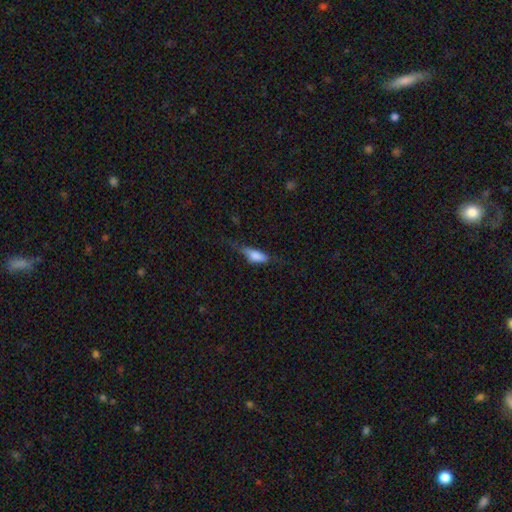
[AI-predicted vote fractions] A smooth galaxy with no disk features (73%) that is in between round and cigar-shaped (65%).

Vote fractions:
- Smooth or featured? smooth: 73% / featured or disk: 20% / star or artifact: 7%
- How rounded? in between: 65% / cigar-shaped: 31% / round: 3%
- Merging? none: 44% / minor disturbance: 34% / major disturbance: 20% / merger: 2%